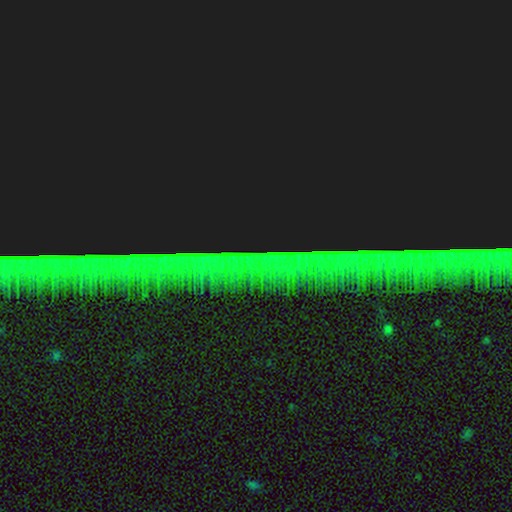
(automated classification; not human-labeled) Smooth or featured: star or artifact — 82% (featured or disk — 9%)